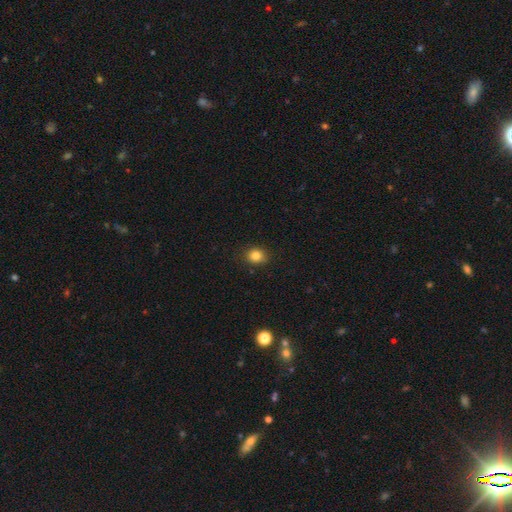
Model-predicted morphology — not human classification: Smooth or featured? smooth (83%)
How rounded? round (68%)
Merging? none (86%)